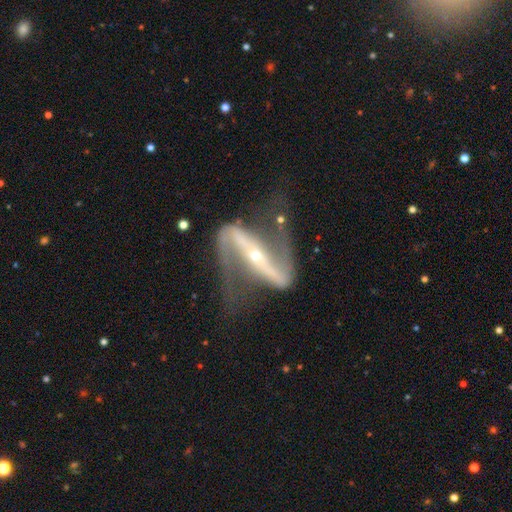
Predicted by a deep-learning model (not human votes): Smooth or featured?
  - featured or disk: 92% *
  - star or artifact: 5%
  - smooth: 3%
Edge-on disk?
  - no: 90% *
  - yes: 10%
Bar?
  - strong: 77% *
  - no: 11%
  - weak: 11%
Spiral arms?
  - yes: 95% *
  - no: 5%
Spiral winding?
  - loose: 62% *
  - medium: 29%
  - tight: 10%
Spiral arm count?
  - 2: 94% *
  - can't tell: 2%
  - 1: 2%
  - 3: 1%
  - 4: 1%
  - more than 4: 1%
Bulge size?
  - small: 80% *
  - moderate: 17%
  - large: 1%
  - dominant: 1%
  - none: 1%
Merging?
  - none: 62% *
  - minor disturbance: 19%
  - major disturbance: 16%
  - merger: 3%